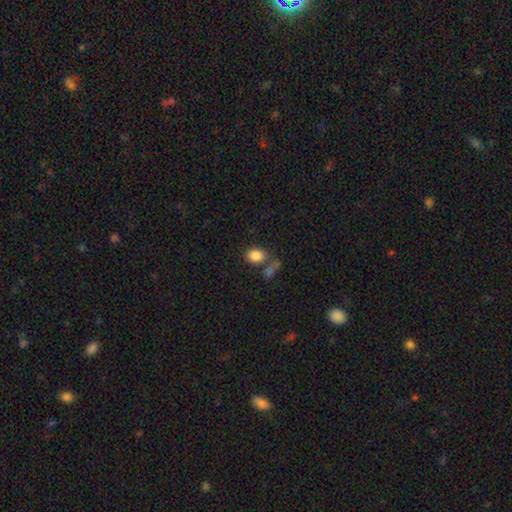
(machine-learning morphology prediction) type=smooth (85%); roundness=in between (64%); merging=none (56%).